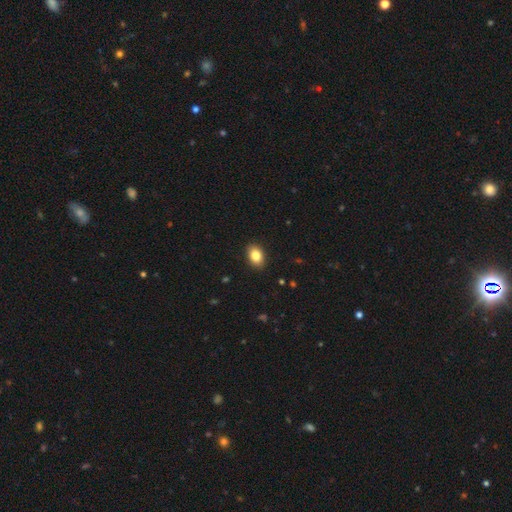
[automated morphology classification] Smooth or featured? smooth (84%)
How rounded? in between (81%)
Merging? none (90%)